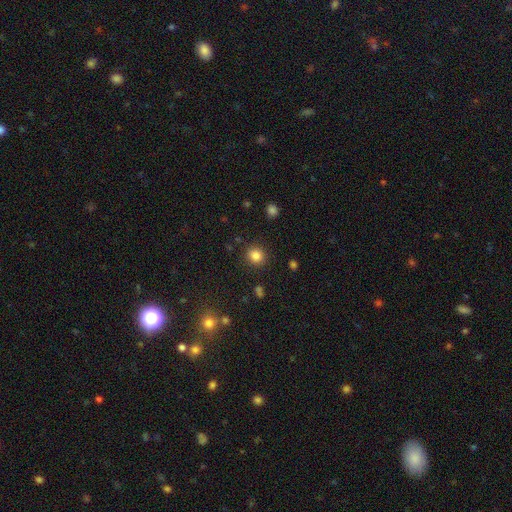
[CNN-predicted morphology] Q: Smooth or featured?
A: smooth (84%); runner-up: star or artifact (12%)
Q: How rounded?
A: round (87%); runner-up: in between (12%)
Q: Merging?
A: none (89%); runner-up: minor disturbance (7%)